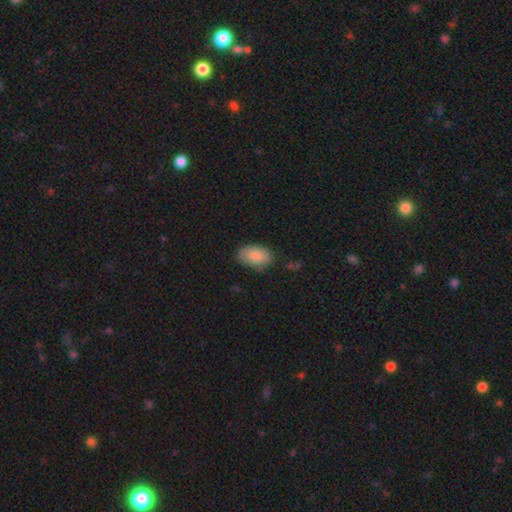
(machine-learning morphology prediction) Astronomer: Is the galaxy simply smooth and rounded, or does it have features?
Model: smooth — 85%.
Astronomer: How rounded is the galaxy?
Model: in between — 90%.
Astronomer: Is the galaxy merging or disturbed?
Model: none — 73%.